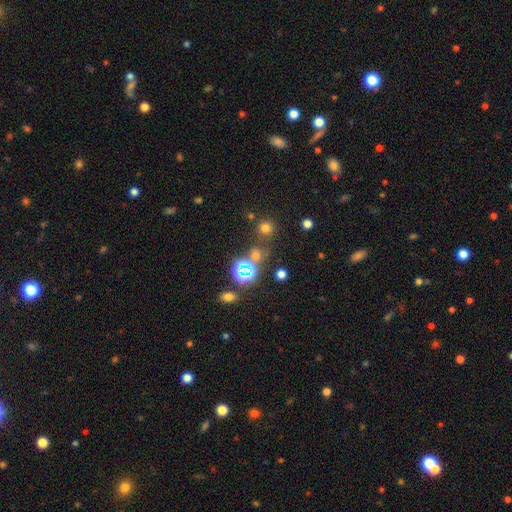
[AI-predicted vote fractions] Morphology: type=smooth (50%); roundness=round (83%); merging=none (70%).